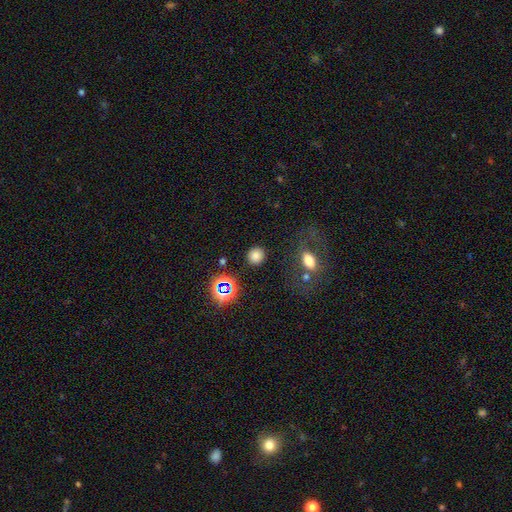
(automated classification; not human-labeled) A smooth galaxy with no disk features (76%) that is round (90%). Merging: none (89%).